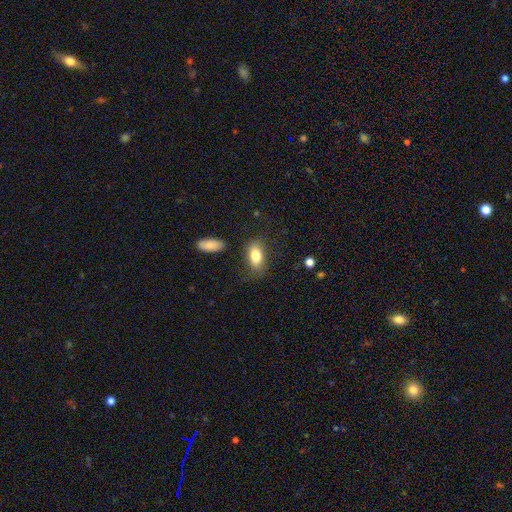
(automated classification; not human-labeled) The model was most divided on "merging": none: 79%, minor disturbance: 14%, major disturbance: 5%, merger: 3%. More confident: how rounded — in between (88%); smooth or featured — smooth (81%).